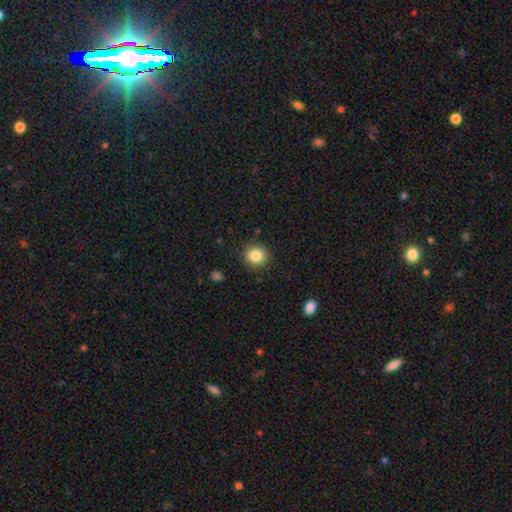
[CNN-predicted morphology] Smooth or featured?
  - smooth: 85% *
  - star or artifact: 10%
  - featured or disk: 5%
How rounded?
  - round: 83% *
  - in between: 16%
  - cigar-shaped: 1%
Merging?
  - none: 88% *
  - minor disturbance: 8%
  - major disturbance: 3%
  - merger: 1%